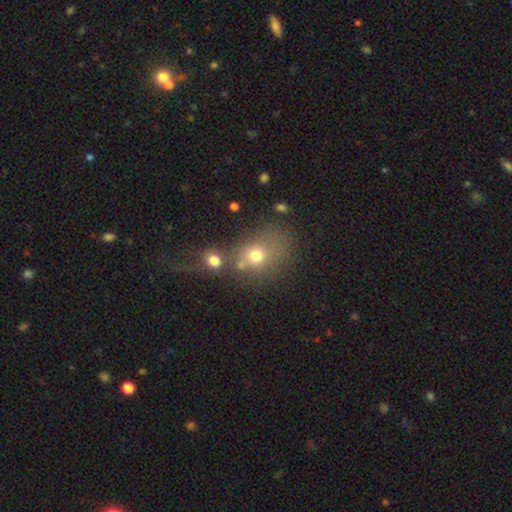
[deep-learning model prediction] This appears to be a smooth galaxy with no disk features (68%) that is round (52%). Merging: none (44%).